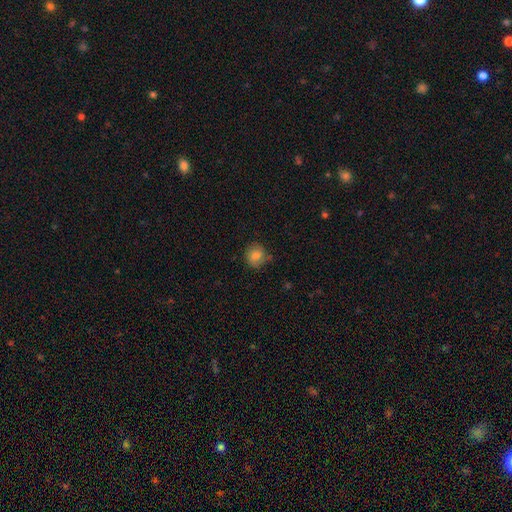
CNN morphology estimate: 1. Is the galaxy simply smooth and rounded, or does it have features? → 76% smooth, 15% featured or disk, 9% star or artifact.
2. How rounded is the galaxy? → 82% round, 17% in between, 1% cigar-shaped.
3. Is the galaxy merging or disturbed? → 69% none, 23% minor disturbance, 6% major disturbance, 2% merger.